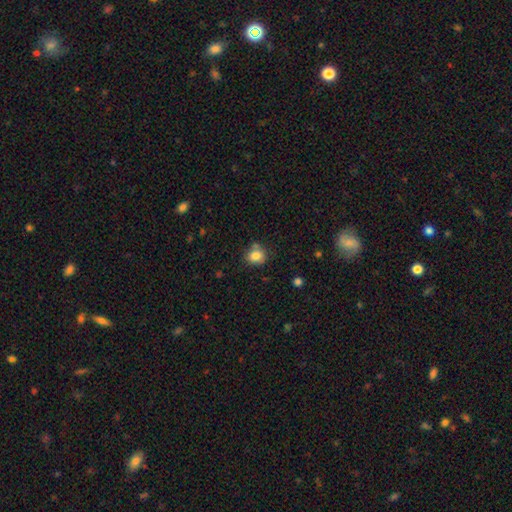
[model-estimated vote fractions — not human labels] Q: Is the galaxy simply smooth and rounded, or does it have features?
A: smooth — 82%.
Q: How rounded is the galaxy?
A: round — 70%.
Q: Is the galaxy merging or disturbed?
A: none — 66%.